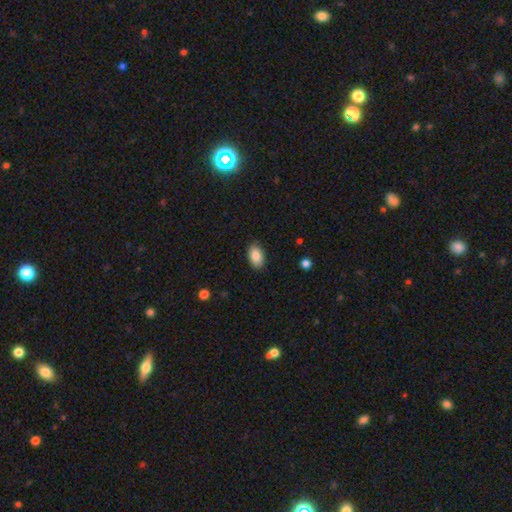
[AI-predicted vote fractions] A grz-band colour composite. It shows a smooth galaxy with no disk features (88%) that is in between round and cigar-shaped (93%). Merging: none (87%).